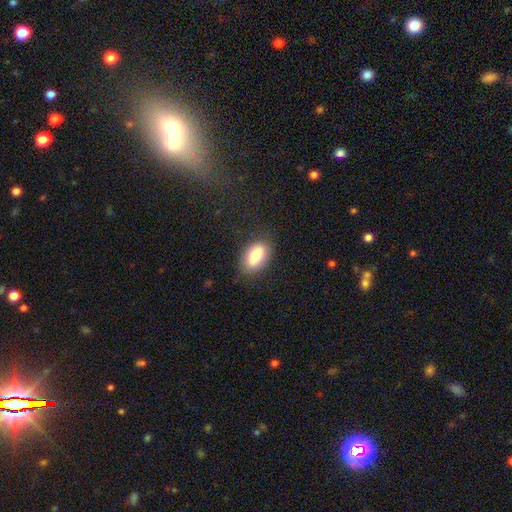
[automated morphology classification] smooth-or-featured: smooth: 81% | featured or disk: 12% | star or artifact: 7%
  how-rounded: in between: 91% | round: 6% | cigar-shaped: 3%
  merging: none: 83% | minor disturbance: 13% | major disturbance: 4% | merger: 1%